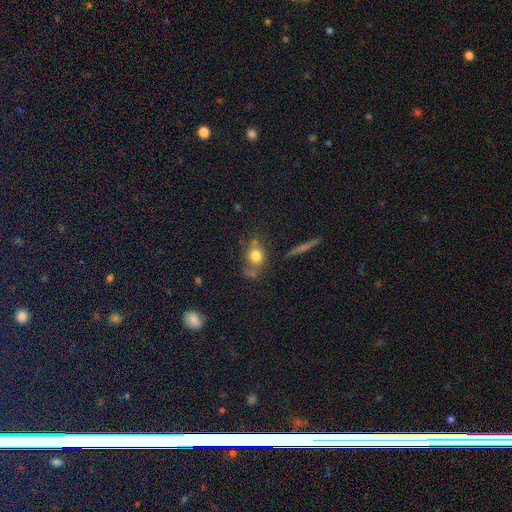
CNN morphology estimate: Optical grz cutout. It shows a smooth galaxy with no disk features (73%) that is round (50%). Merging: none (57%).